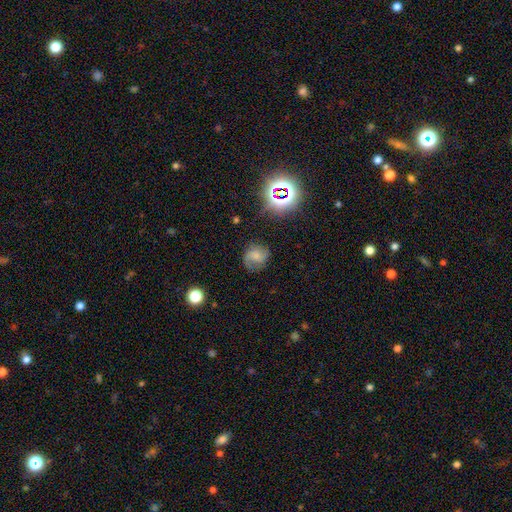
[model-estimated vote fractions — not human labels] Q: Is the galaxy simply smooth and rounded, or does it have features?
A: featured or disk — 54%.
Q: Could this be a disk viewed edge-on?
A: no — 97%.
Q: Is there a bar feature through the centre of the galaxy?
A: no — 56%.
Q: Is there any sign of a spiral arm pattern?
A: yes — 90%.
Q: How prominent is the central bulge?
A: small — 38%.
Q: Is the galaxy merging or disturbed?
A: none — 68%.